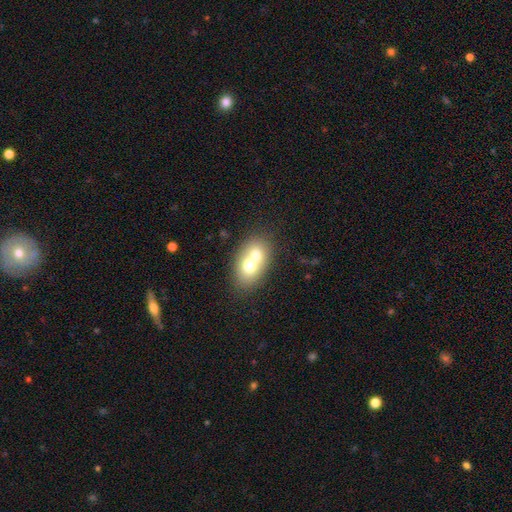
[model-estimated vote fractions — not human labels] Q: Smooth or featured?
A: smooth (64%); runner-up: featured or disk (28%)
Q: How rounded?
A: in between (65%); runner-up: round (34%)
Q: Merging?
A: merger (70%); runner-up: none (22%)